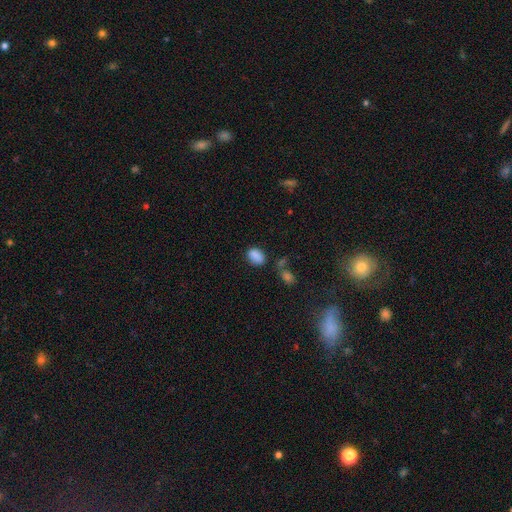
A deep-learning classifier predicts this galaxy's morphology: smooth-or-featured: smooth: 86% | star or artifact: 10% | featured or disk: 4%
  how-rounded: in between: 84% | round: 15% | cigar-shaped: 2%
  merging: none: 68% | minor disturbance: 16% | merger: 10% | major disturbance: 5%